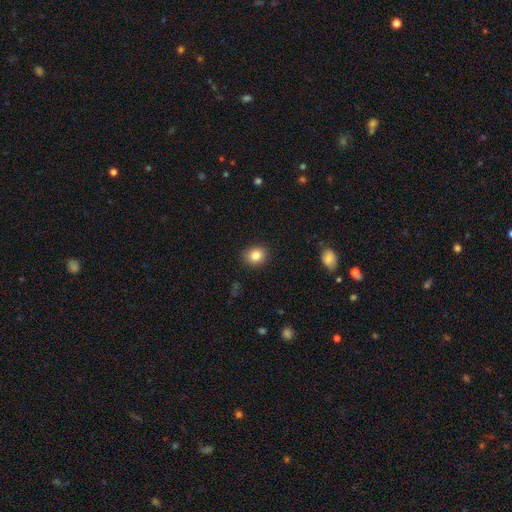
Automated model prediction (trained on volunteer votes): Smooth or featured? Predicted: smooth (p=0.83). How rounded? Predicted: round (p=0.64). Merging? Predicted: none (p=0.88).